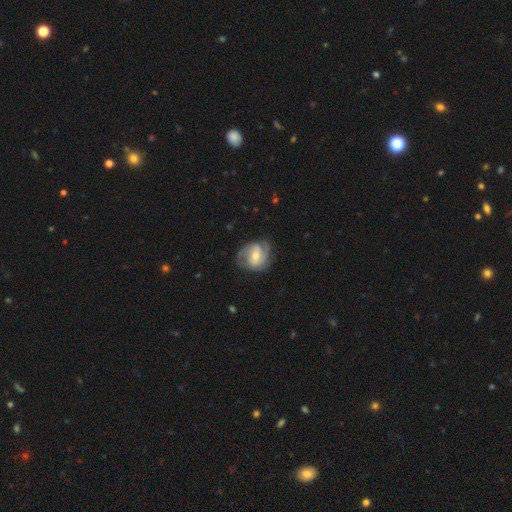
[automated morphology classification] featured or disk 80%, smooth 14%, star or artifact 5%. Down the decision tree: edge-on disk — no (97%); bar — weak (43%); spiral arms — yes (94%); spiral arm count — 2 (60%); spiral winding — medium (45%); bulge size — moderate (56%); merging — none (71%).